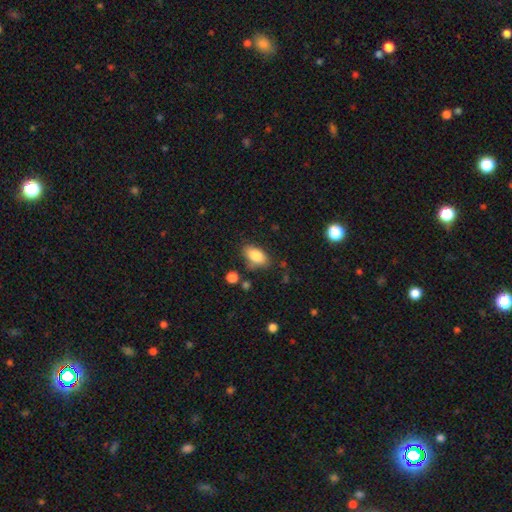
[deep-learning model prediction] Overall: smooth (84%). How rounded: in between (90%). Merging: none (73%).